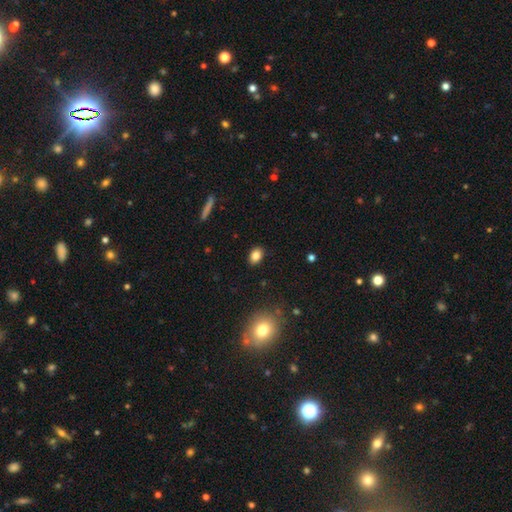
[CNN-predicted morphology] This appears to be a smooth galaxy with no disk features (83%) that is in between round and cigar-shaped (71%). Merging: none (88%).